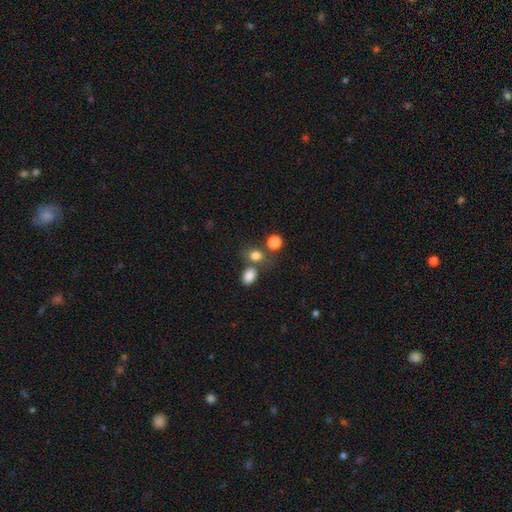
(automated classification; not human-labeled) Q: Smooth or featured?
A: smooth (80%); runner-up: star or artifact (13%)
Q: How rounded?
A: round (53%); runner-up: in between (46%)
Q: Merging?
A: none (55%); runner-up: merger (28%)